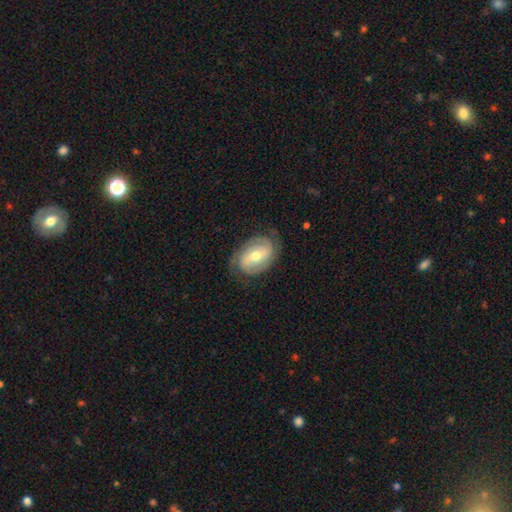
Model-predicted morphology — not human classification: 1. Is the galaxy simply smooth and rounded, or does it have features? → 75% featured or disk, 19% smooth, 5% star or artifact.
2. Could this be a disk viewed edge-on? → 96% no, 4% yes.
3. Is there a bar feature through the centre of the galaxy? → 45% weak, 29% no, 26% strong.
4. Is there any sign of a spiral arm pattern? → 90% yes, 10% no.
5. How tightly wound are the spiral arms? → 48% tight, 37% medium, 15% loose.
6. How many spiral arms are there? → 71% 2, 16% can't tell, 7% 3, 3% 1, 2% 4, 2% more than 4.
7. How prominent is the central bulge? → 66% moderate, 28% small, 4% large, 1% none, 1% dominant.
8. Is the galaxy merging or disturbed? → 73% none, 18% minor disturbance, 8% major disturbance, 1% merger.